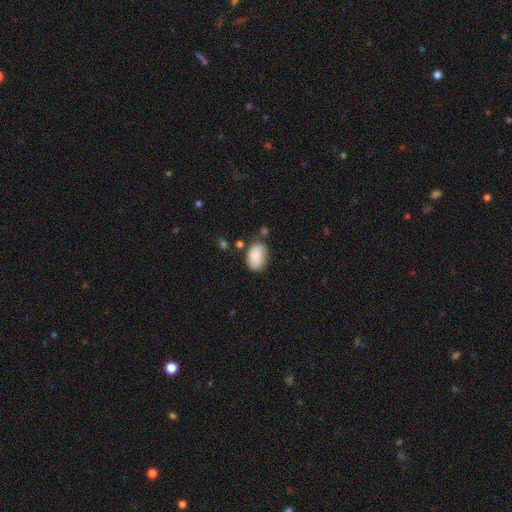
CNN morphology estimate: smooth 85%, featured or disk 8%, star or artifact 7%. Down the decision tree: how rounded — in between (88%); merging — none (64%).